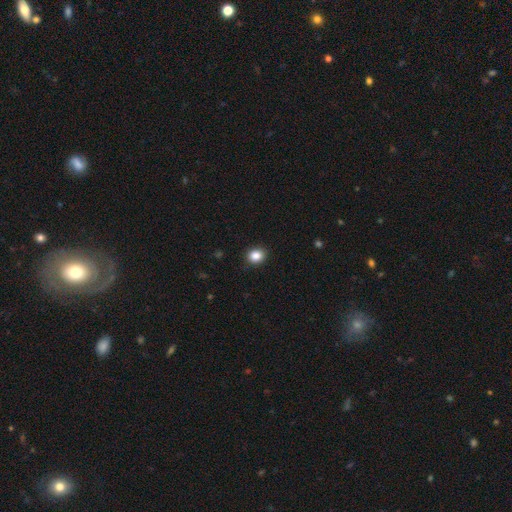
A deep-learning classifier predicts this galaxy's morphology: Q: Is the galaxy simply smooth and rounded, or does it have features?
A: smooth — 86%.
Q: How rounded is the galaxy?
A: round — 64%.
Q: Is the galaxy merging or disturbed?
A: none — 90%.